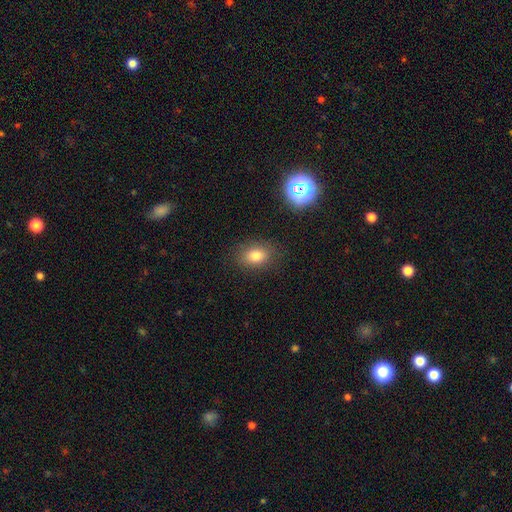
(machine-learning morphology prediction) A smooth galaxy with no disk features (79%) that is in between round and cigar-shaped (74%). Merging: none (83%).